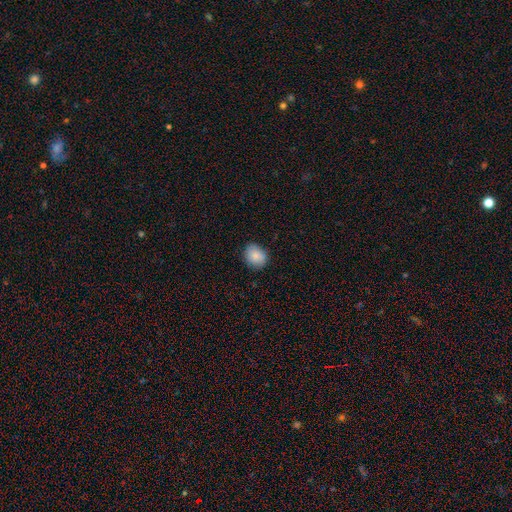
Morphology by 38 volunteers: Volunteers were most divided on "how rounded": in between: 53%, round: 47%, cigar-shaped: 0%. More confident: smooth or featured — smooth (89%); merging — none (77%).